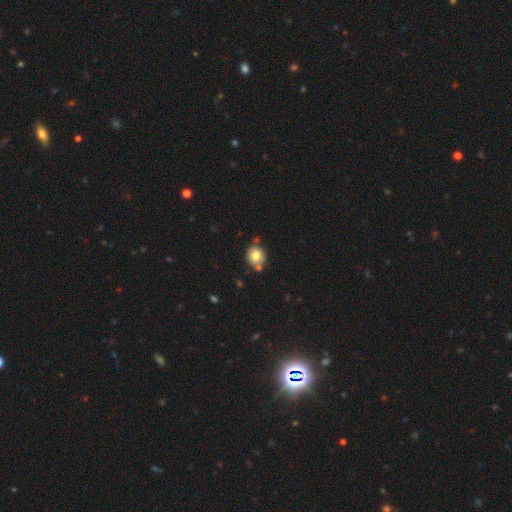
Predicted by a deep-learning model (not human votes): A smooth galaxy with no disk features (78%) that is round (81%).

Vote fractions:
- Smooth or featured? smooth: 78% / featured or disk: 13% / star or artifact: 10%
- How rounded? round: 81% / in between: 18% / cigar-shaped: 1%
- Merging? none: 71% / merger: 13% / minor disturbance: 13% / major disturbance: 3%